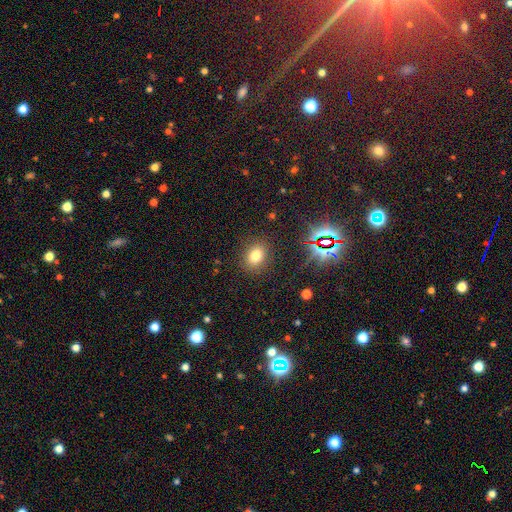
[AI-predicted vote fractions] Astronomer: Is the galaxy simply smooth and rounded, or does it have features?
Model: smooth — 73%.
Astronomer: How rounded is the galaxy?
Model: in between — 55% (runner-up: round, 44%).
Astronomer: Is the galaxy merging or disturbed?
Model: none — 86%.